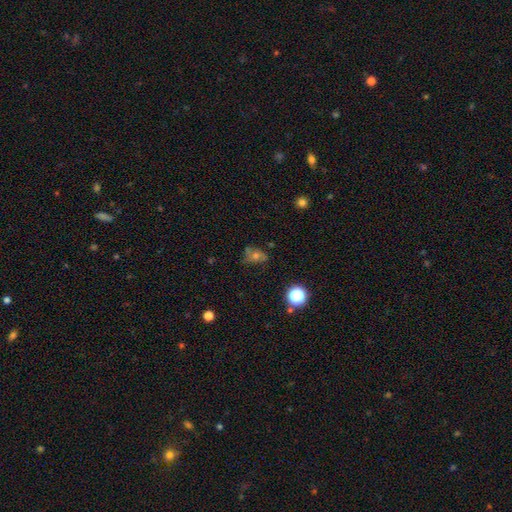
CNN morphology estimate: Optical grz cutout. It shows a smooth galaxy with no disk features (37%). Merging: none (61%).